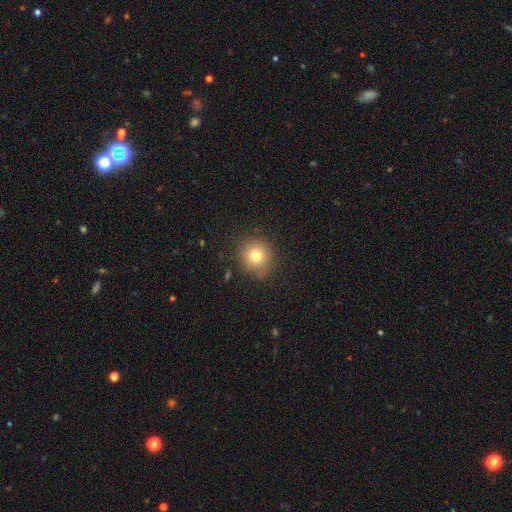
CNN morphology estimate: This appears to be a smooth galaxy with no disk features (78%) that is round (87%). Merging: none (84%).